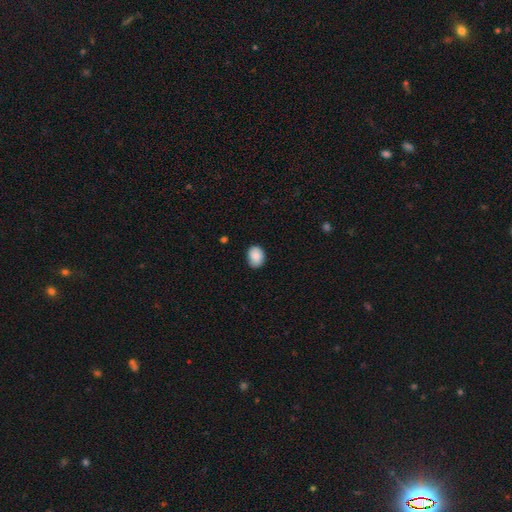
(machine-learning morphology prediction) Q: Smooth or featured?
A: smooth (88%); runner-up: star or artifact (7%)
Q: How rounded?
A: in between (61%); runner-up: round (38%)
Q: Merging?
A: none (82%); runner-up: minor disturbance (14%)